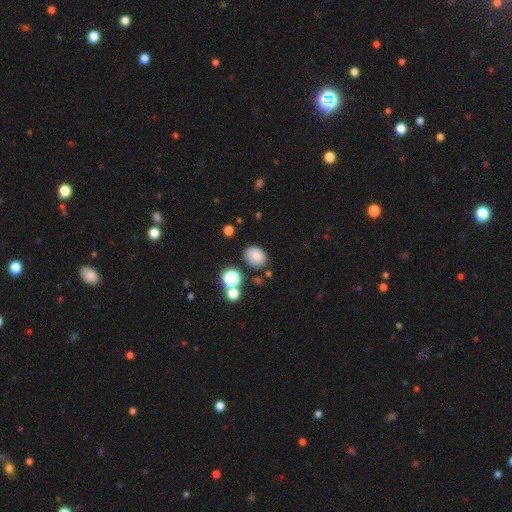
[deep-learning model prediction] smooth-or-featured: smooth: 81% | star or artifact: 12% | featured or disk: 7%
  how-rounded: in between: 65% | round: 34% | cigar-shaped: 1%
  merging: none: 77% | minor disturbance: 14% | merger: 5% | major disturbance: 4%